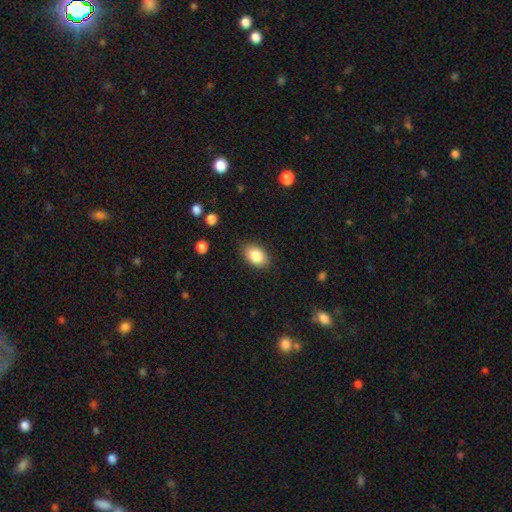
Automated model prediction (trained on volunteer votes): This appears to be a smooth galaxy with no disk features (85%) that is in between round and cigar-shaped (86%). Merging: none (85%).